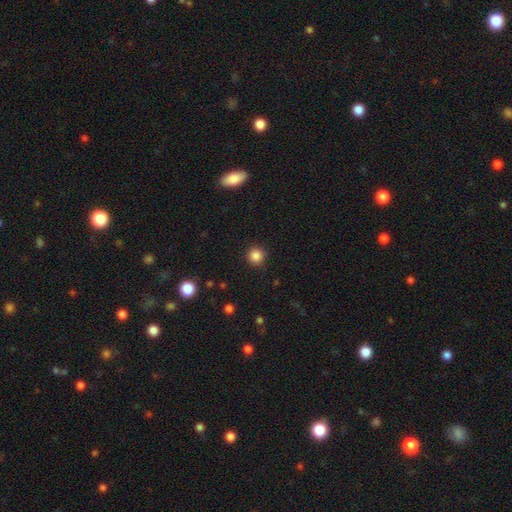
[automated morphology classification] Q: Smooth or featured?
A: smooth (85%); runner-up: star or artifact (11%)
Q: How rounded?
A: round (95%); runner-up: in between (4%)
Q: Merging?
A: none (91%); runner-up: minor disturbance (6%)